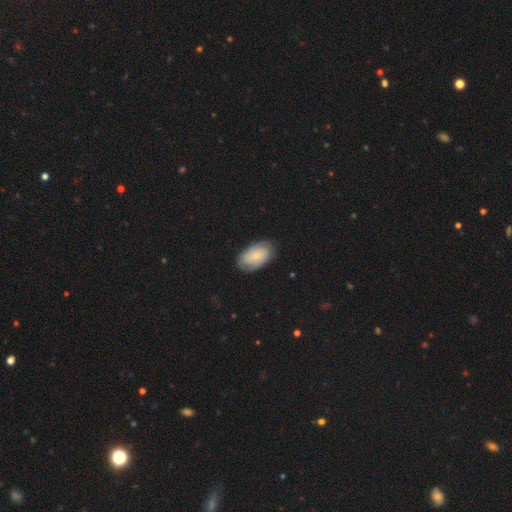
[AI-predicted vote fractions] This appears to be a smooth galaxy with no disk features (59%) that is in between round and cigar-shaped (92%). Merging: none (78%).